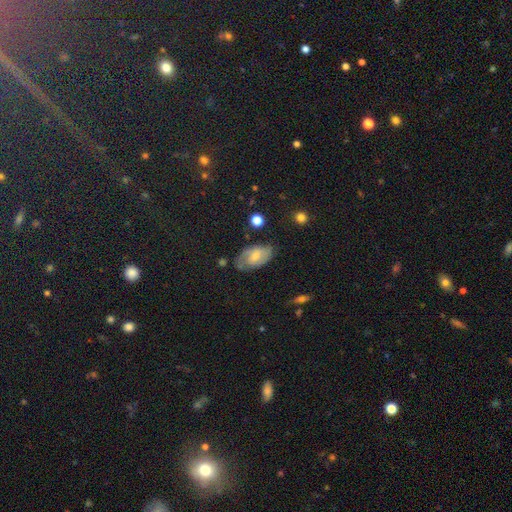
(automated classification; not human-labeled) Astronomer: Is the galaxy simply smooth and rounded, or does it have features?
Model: featured or disk — 49% (runner-up: smooth, 42%).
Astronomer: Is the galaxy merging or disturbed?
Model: none — 62%.